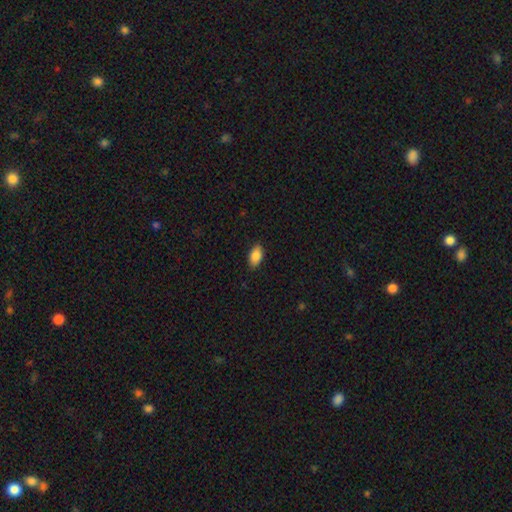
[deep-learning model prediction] Smooth or featured? Predicted: smooth (p=0.86). How rounded? Predicted: in between (p=0.93). Merging? Predicted: none (p=0.86).